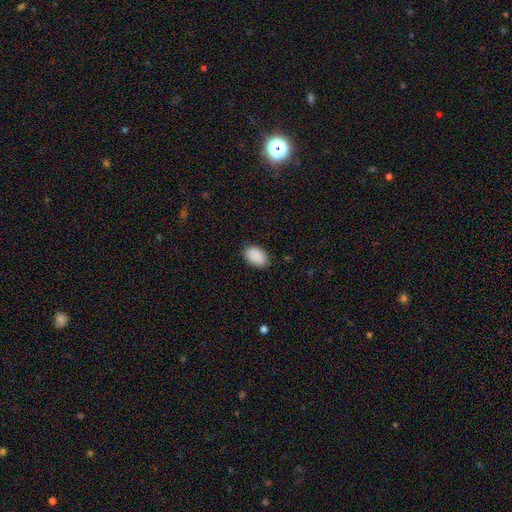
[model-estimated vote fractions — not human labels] Q: Smooth or featured?
A: smooth (90%); runner-up: star or artifact (7%)
Q: How rounded?
A: in between (91%); runner-up: round (8%)
Q: Merging?
A: none (84%); runner-up: minor disturbance (12%)